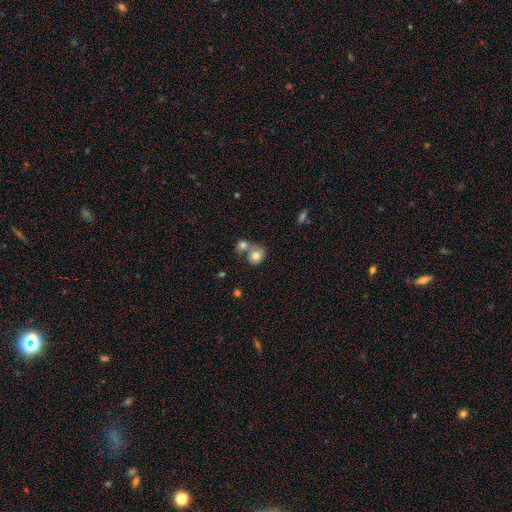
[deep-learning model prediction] A smooth galaxy with no disk features (75%) that is round (71%).

Vote fractions:
- Smooth or featured? smooth: 75% / featured or disk: 17% / star or artifact: 8%
- How rounded? round: 71% / in between: 28% / cigar-shaped: 1%
- Merging? merger: 49% / none: 36% / minor disturbance: 10% / major disturbance: 5%